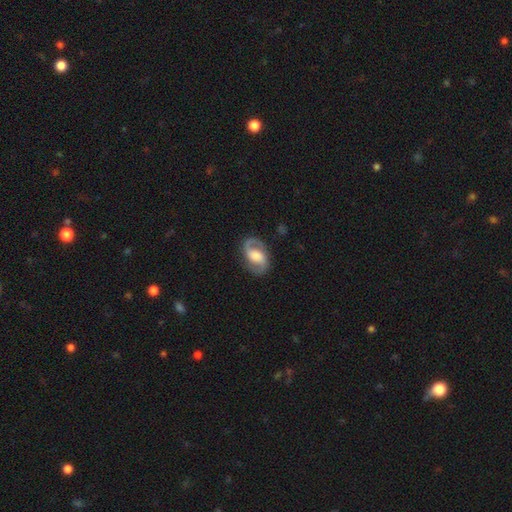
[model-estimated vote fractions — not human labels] Overall: featured or disk (83%). Edge-on disk: no (97%). Bar: weak (42%; no 37%). Spiral arms: yes (95%). Spiral arm count: 2 (92%). Spiral winding: medium (55%; loose 25%). Bulge size: moderate (43%; large 29%). Merging: none (81%).